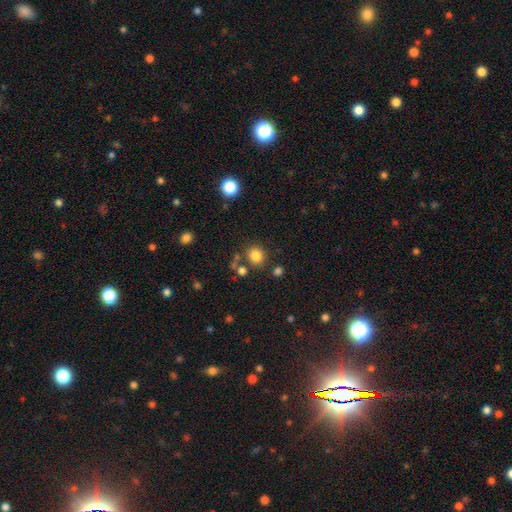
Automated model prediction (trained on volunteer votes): Smooth or featured? Predicted: smooth (p=0.82). How rounded? Predicted: round (p=0.77). Merging? Predicted: none (p=0.77).